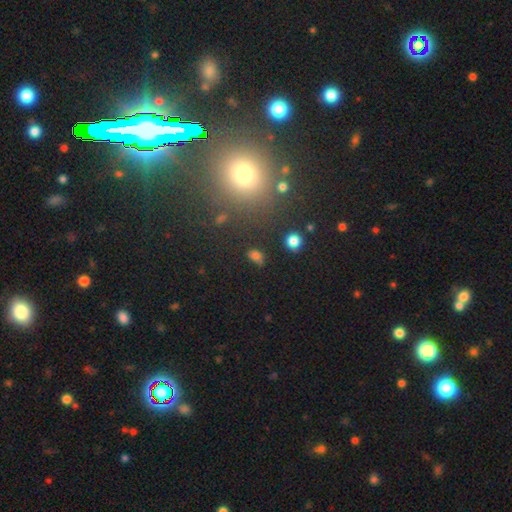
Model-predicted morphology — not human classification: smooth 70%, star or artifact 21%, featured or disk 9%. Down the decision tree: how rounded — in between (75%); merging — none (69%).